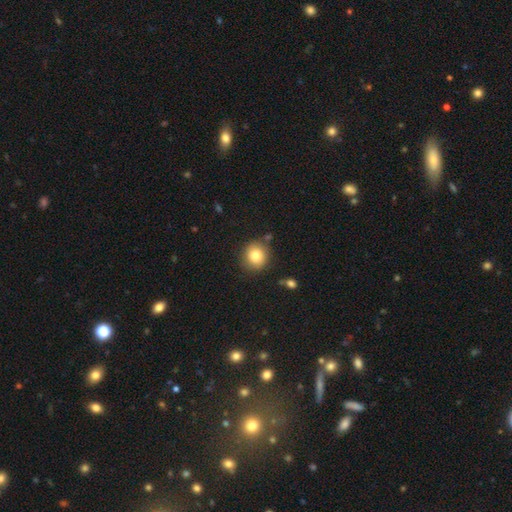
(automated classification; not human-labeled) Overall: smooth (80%). How rounded: round (86%). Merging: none (83%).